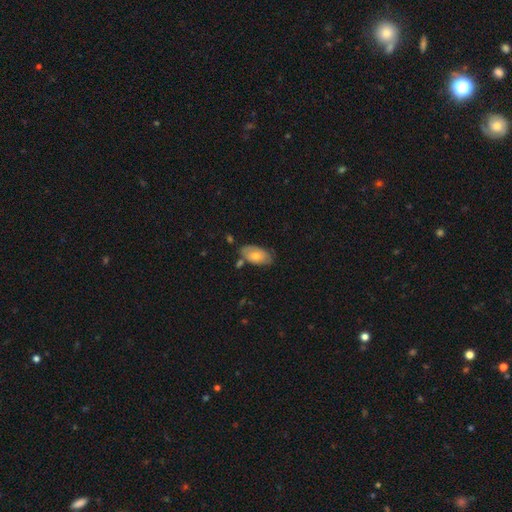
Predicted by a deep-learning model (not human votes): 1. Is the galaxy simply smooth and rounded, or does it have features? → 64% smooth, 30% featured or disk, 6% star or artifact.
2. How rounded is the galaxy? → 93% in between, 5% round, 2% cigar-shaped.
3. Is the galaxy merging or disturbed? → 63% none, 22% minor disturbance, 9% merger, 5% major disturbance.